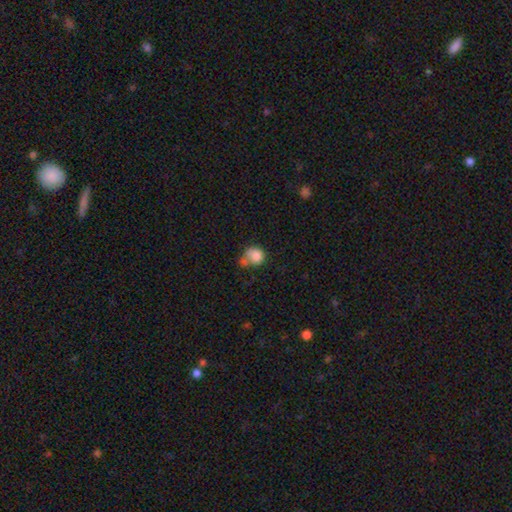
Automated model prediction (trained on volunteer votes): smooth_or_featured: smooth (p=0.80) [alt: featured or disk p=0.10]
how_rounded: round (p=0.74) [alt: in between p=0.25]
merging: merger (p=0.37) [alt: none p=0.34]